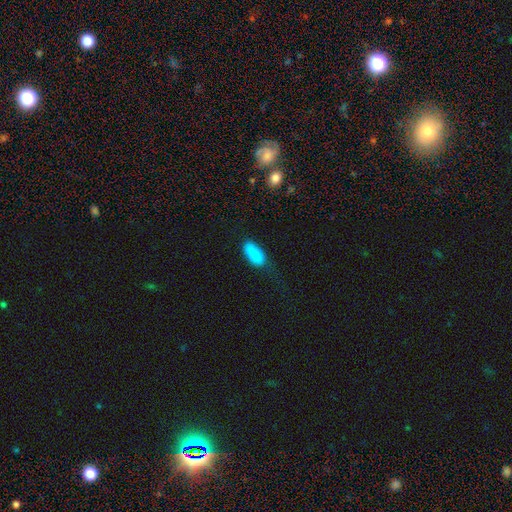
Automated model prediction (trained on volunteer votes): smooth_or_featured: smooth (p=0.81) [alt: featured or disk p=0.11]
how_rounded: in between (p=0.85) [alt: cigar-shaped p=0.12]
merging: none (p=0.50) [alt: minor disturbance p=0.34]